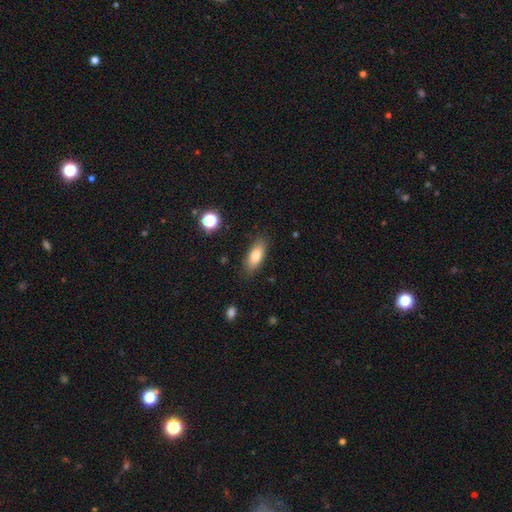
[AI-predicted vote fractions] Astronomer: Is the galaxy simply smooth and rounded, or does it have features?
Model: smooth — 79%.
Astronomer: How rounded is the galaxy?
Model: in between — 77%.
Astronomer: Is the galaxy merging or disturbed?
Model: none — 84%.